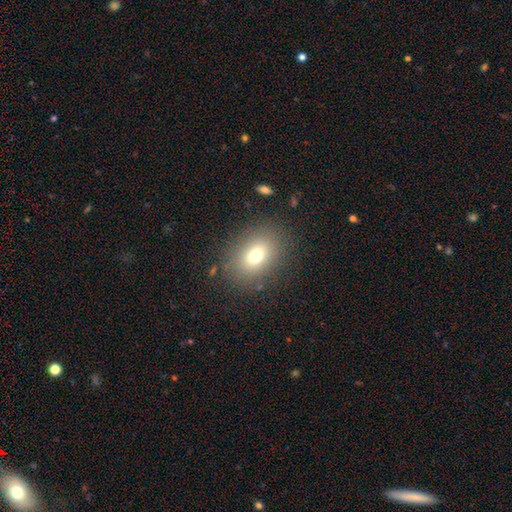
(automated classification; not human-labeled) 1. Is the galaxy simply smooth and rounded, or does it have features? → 73% smooth, 14% star or artifact, 13% featured or disk.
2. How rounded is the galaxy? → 62% in between, 37% round, 1% cigar-shaped.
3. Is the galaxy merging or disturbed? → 84% none, 10% minor disturbance, 5% major disturbance, 1% merger.